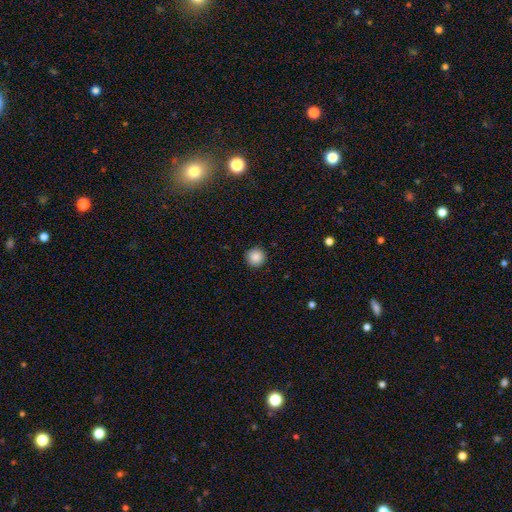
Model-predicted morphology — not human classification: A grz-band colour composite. It shows a smooth galaxy with no disk features (88%) that is round (96%). Merging: none (92%).